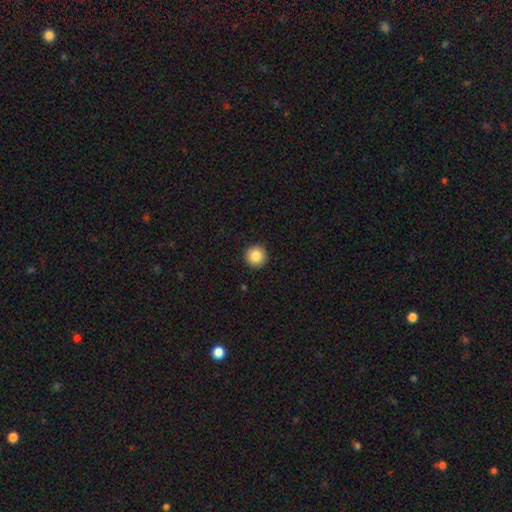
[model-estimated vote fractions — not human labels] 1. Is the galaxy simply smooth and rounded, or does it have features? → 85% smooth, 9% star or artifact, 5% featured or disk.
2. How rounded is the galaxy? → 96% round, 3% in between, 1% cigar-shaped.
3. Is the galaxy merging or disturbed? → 93% none, 5% minor disturbance, 2% major disturbance, 1% merger.